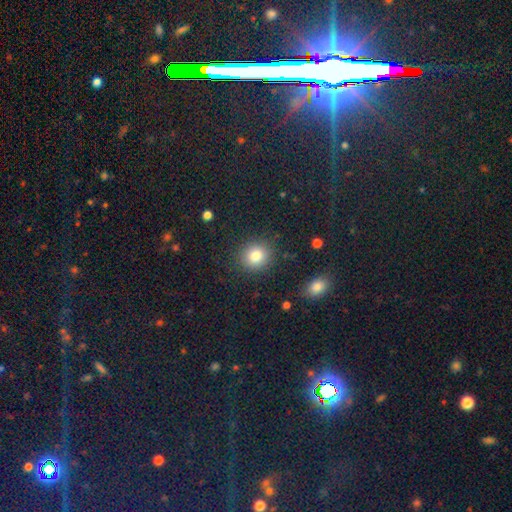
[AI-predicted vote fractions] Q: Smooth or featured?
A: smooth (83%); runner-up: star or artifact (11%)
Q: How rounded?
A: round (79%); runner-up: in between (20%)
Q: Merging?
A: none (87%); runner-up: minor disturbance (8%)